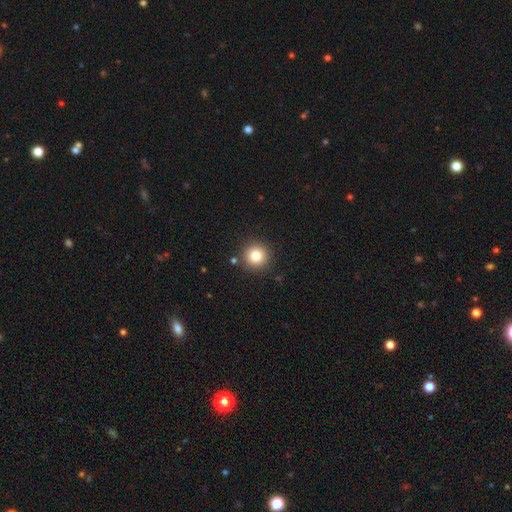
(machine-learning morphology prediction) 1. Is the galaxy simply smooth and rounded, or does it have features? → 84% smooth, 11% star or artifact, 6% featured or disk.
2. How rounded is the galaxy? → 94% round, 5% in between, 1% cigar-shaped.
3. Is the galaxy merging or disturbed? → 89% none, 6% minor disturbance, 2% merger, 2% major disturbance.